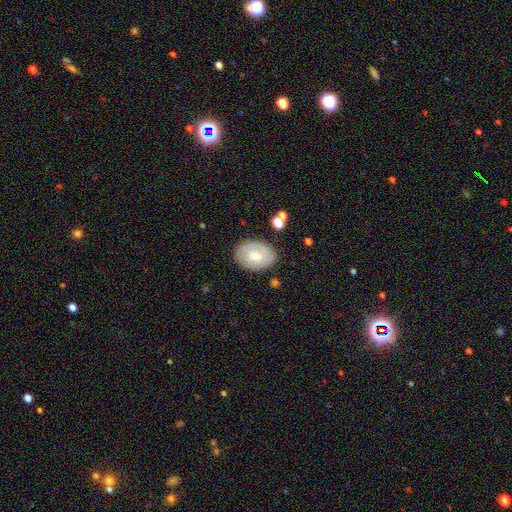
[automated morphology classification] Smooth or featured? Predicted: smooth (p=0.57). How rounded? Predicted: in between (p=0.77). Merging? Predicted: none (p=0.80).